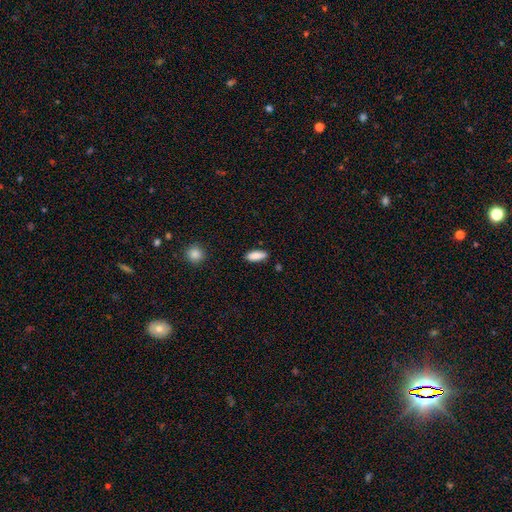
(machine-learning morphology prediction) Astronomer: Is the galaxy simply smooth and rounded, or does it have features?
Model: smooth — 88%.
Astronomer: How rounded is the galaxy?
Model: in between — 73%.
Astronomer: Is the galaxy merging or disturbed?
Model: none — 86%.